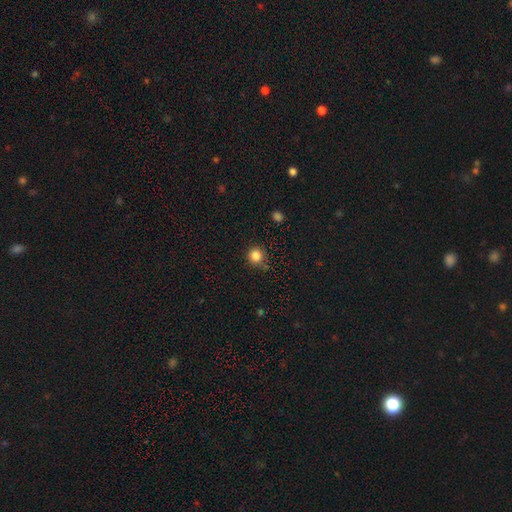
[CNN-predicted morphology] A smooth galaxy with no disk features (84%) that is round (93%).

Vote fractions:
- Smooth or featured? smooth: 84% / star or artifact: 12% / featured or disk: 4%
- How rounded? round: 93% / in between: 6% / cigar-shaped: 1%
- Merging? none: 80% / minor disturbance: 13% / merger: 4% / major disturbance: 3%